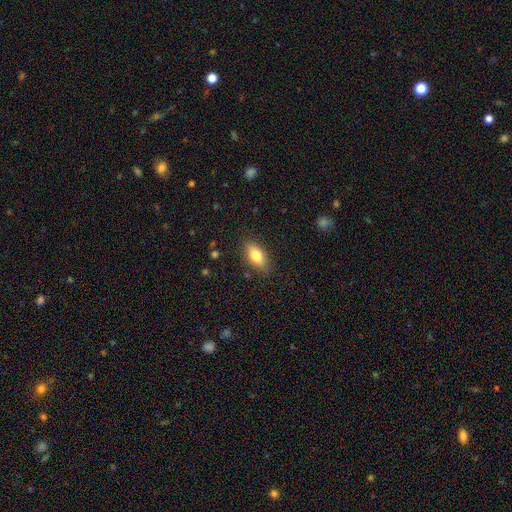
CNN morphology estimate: Smooth or featured?
  - smooth: 78% *
  - featured or disk: 15%
  - star or artifact: 7%
How rounded?
  - in between: 87% *
  - cigar-shaped: 9%
  - round: 4%
Merging?
  - none: 84% *
  - minor disturbance: 12%
  - major disturbance: 3%
  - merger: 1%